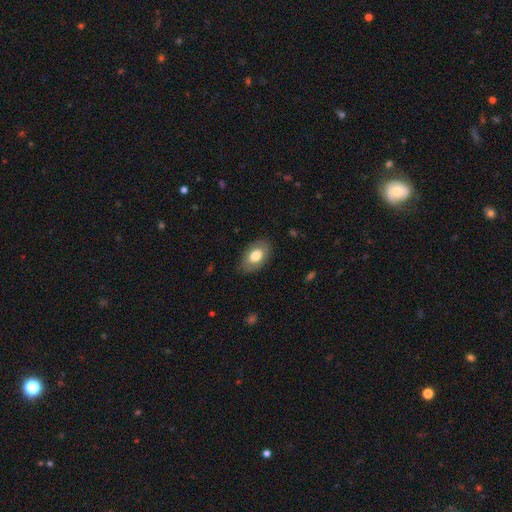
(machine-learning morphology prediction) Overall: smooth (74%). How rounded: in between (91%). Merging: none (83%).